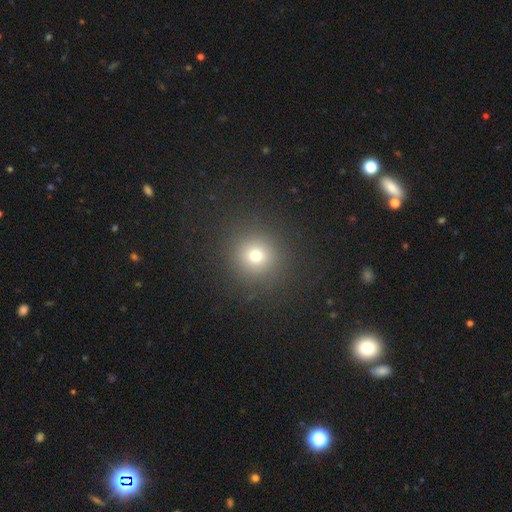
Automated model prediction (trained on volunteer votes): This is likely a smooth galaxy (72%). How rounded: clearly round (93%). Merging: clearly none (89%).